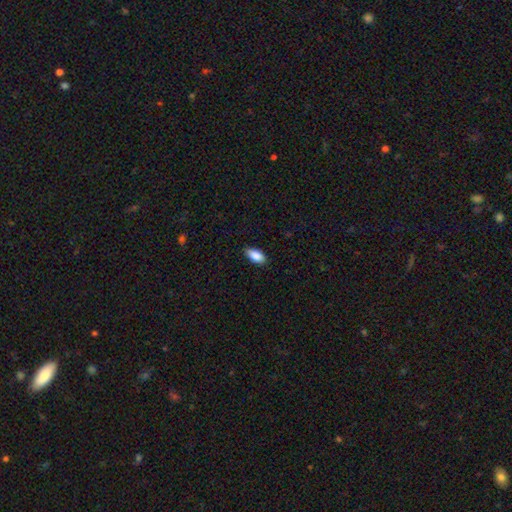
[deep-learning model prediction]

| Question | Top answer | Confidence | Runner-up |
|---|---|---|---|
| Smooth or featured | smooth | 89% | star or artifact (6%) |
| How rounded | in between | 91% | cigar-shaped (7%) |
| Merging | none | 88% | minor disturbance (10%) |